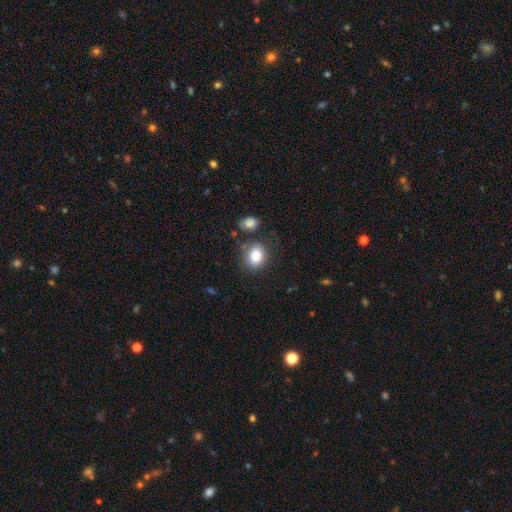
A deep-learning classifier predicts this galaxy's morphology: smooth_or_featured: smooth (p=0.84) [alt: star or artifact p=0.08]
how_rounded: in between (p=0.50) [tied with: round p=0.50]
merging: none (p=0.70) [alt: minor disturbance p=0.16]